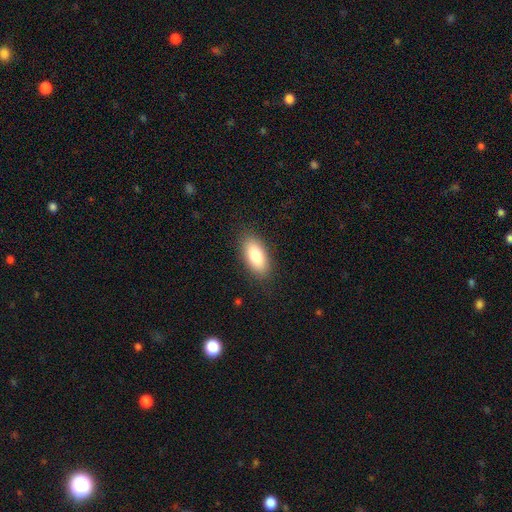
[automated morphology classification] A smooth galaxy with no disk features (81%) that is in between round and cigar-shaped (89%).

Vote fractions:
- Smooth or featured? smooth: 81% / featured or disk: 12% / star or artifact: 7%
- How rounded? in between: 89% / cigar-shaped: 8% / round: 3%
- Merging? none: 87% / minor disturbance: 9% / major disturbance: 3% / merger: 1%